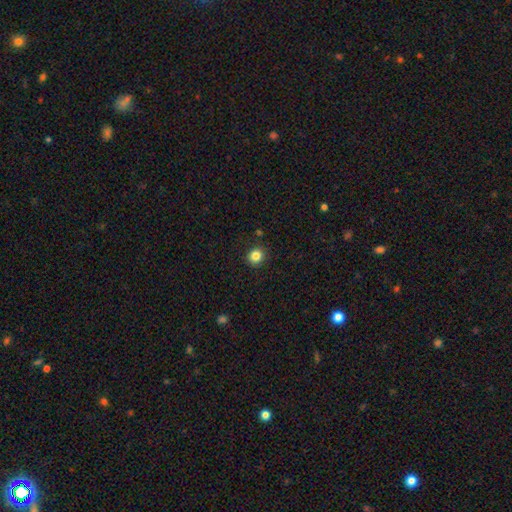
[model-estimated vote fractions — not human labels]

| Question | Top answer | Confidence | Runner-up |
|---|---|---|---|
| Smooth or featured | smooth | 84% | star or artifact (11%) |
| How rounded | round | 85% | in between (14%) |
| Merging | none | 90% | minor disturbance (6%) |